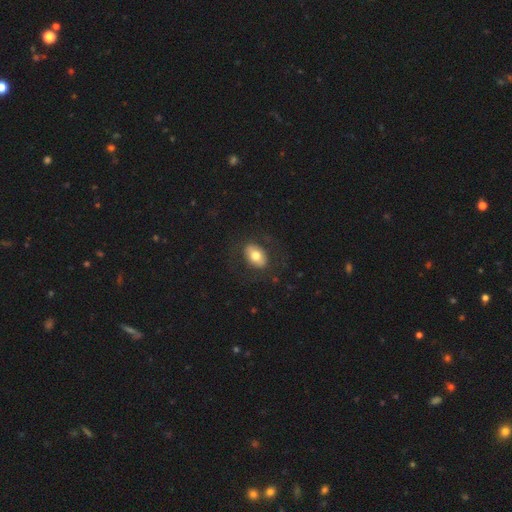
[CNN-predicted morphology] Overall: smooth (68%). How rounded: in between (84%). Merging: none (79%).